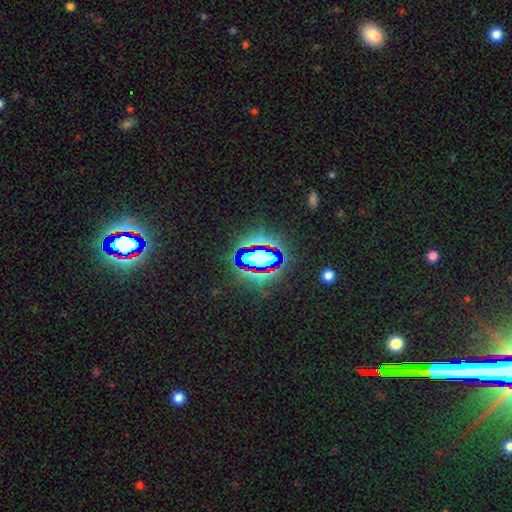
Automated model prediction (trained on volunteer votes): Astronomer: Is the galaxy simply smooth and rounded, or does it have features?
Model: star or artifact — 70%.